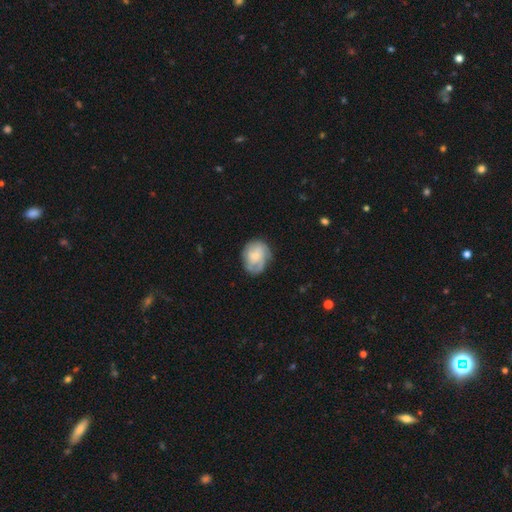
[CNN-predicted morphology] type=featured or disk (51%); edge-on=no (98%); merging=none (67%).